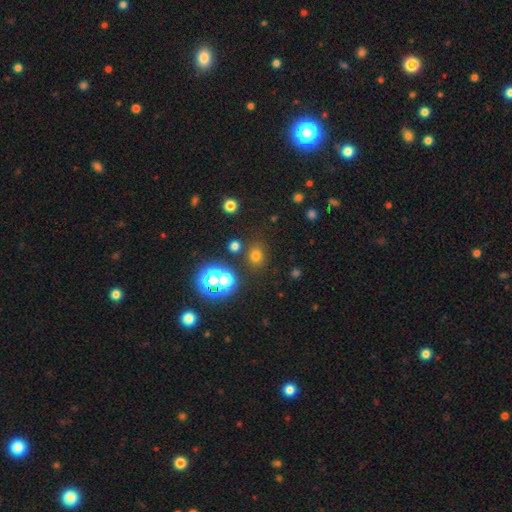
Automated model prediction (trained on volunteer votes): A smooth galaxy with no disk features (66%) that is round (70%).

Vote fractions:
- Smooth or featured? smooth: 66% / star or artifact: 27% / featured or disk: 7%
- How rounded? round: 70% / in between: 29% / cigar-shaped: 1%
- Merging? none: 82% / minor disturbance: 9% / merger: 6% / major disturbance: 4%